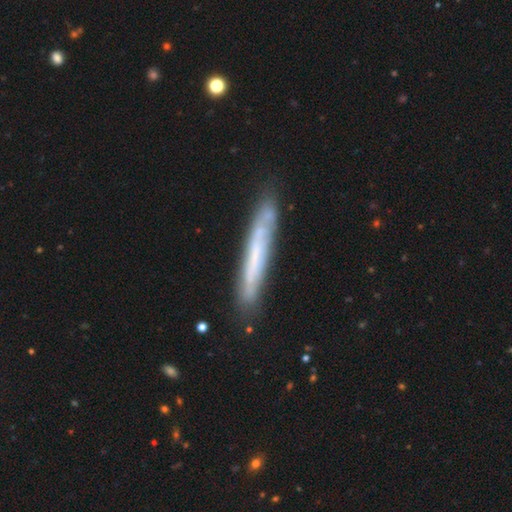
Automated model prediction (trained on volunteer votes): A featured or disk galaxy (52%) viewed edge-on (77%).

Vote fractions:
- Smooth or featured? featured or disk: 52% / smooth: 41% / star or artifact: 7%
- Edge-on disk? yes: 77% / no: 23%
- Merging? none: 82% / minor disturbance: 13% / major disturbance: 3% / merger: 2%